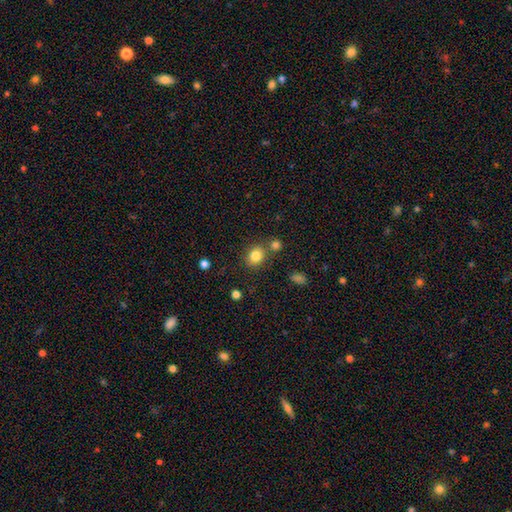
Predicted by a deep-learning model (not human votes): Smooth or featured: smooth — 82% (star or artifact — 11%)
How rounded: round — 65% (in between — 34%)
Merging: none — 72% (merger — 14%)